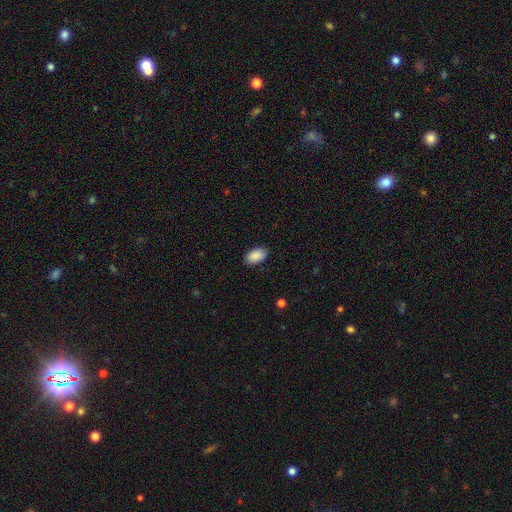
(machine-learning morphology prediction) This is clearly a smooth galaxy (90%). How rounded: clearly in between (95%). Merging: clearly none (87%).